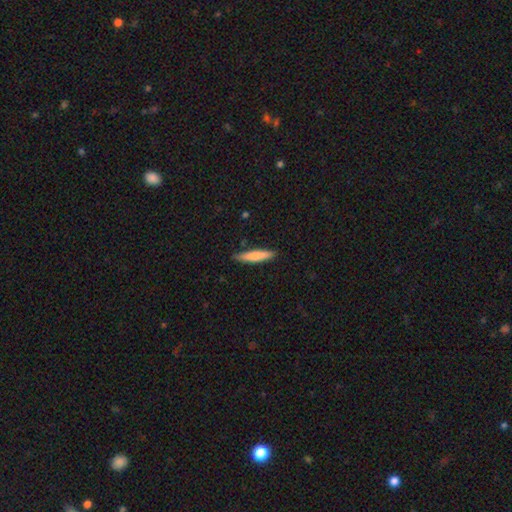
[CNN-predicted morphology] Smooth or featured? Predicted: smooth (p=0.77). How rounded? Predicted: cigar-shaped (p=0.89). Merging? Predicted: none (p=0.85).